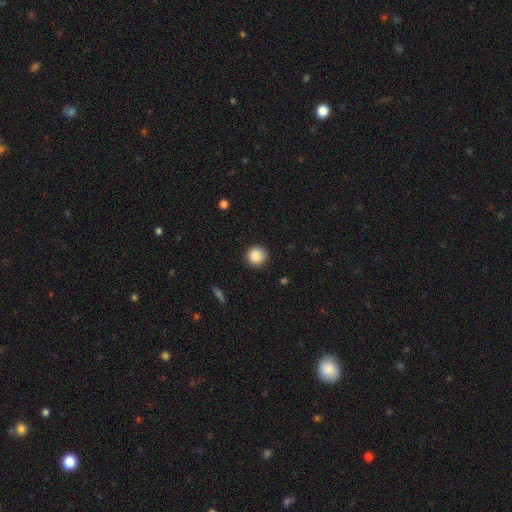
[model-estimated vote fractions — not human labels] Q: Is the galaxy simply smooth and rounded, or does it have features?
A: smooth — 88%.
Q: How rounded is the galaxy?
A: round — 94%.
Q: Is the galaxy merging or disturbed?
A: none — 90%.